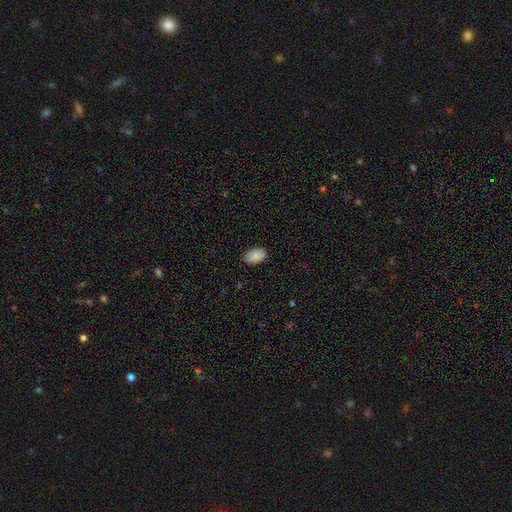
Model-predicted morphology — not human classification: type=smooth (88%); roundness=in between (93%); merging=none (81%).